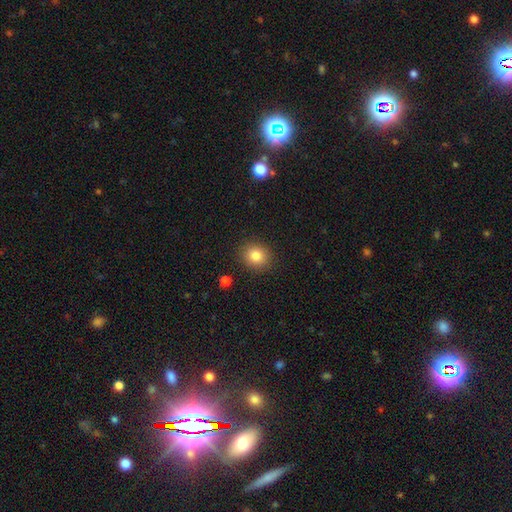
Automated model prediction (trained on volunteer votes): Smooth or featured: smooth — 84% (star or artifact — 10%)
How rounded: round — 76% (in between — 23%)
Merging: none — 89% (minor disturbance — 7%)